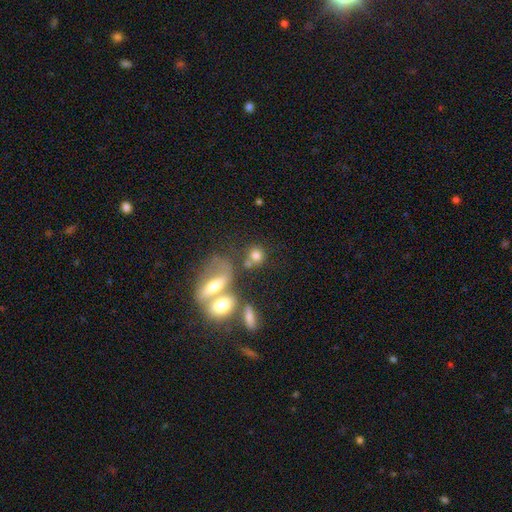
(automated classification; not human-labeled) Morphology: type=smooth (73%); roundness=round (68%); merging=none (40%, tied with merger).